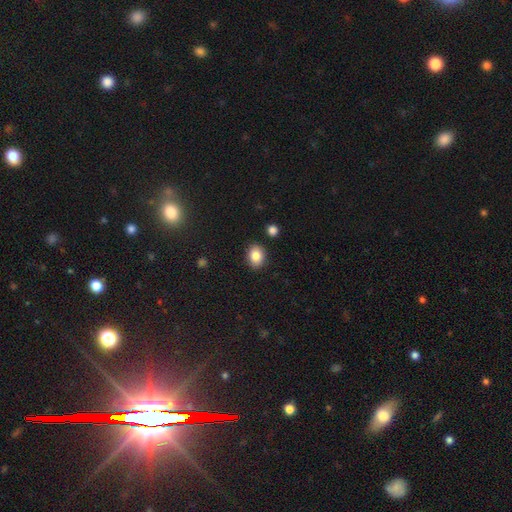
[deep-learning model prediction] This appears to be a smooth galaxy with no disk features (85%) that is in between round and cigar-shaped (55%). Merging: none (87%).